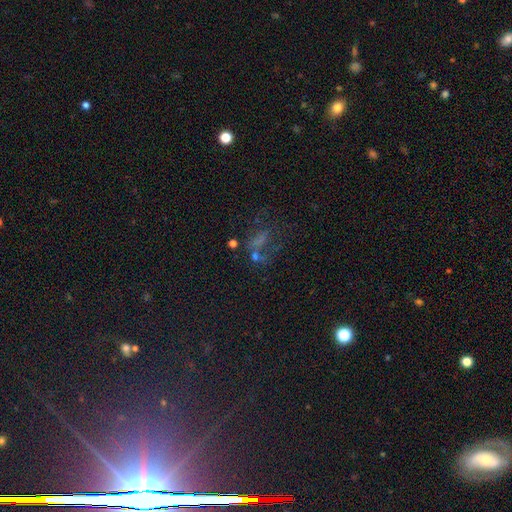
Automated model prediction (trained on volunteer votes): Smooth or featured?
  - star or artifact: 41% *
  - smooth: 31%
  - featured or disk: 28%